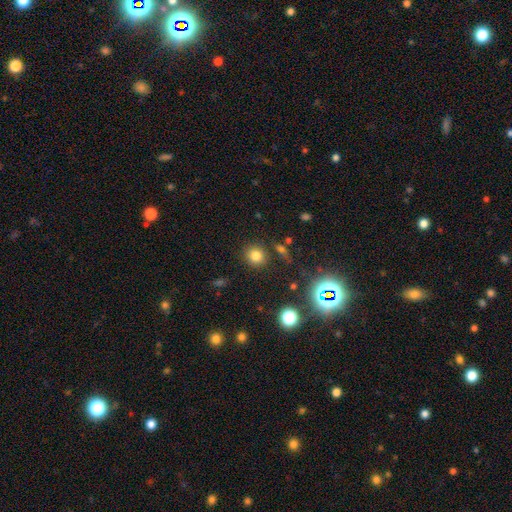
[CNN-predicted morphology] Smooth or featured?
  - smooth: 77% *
  - star or artifact: 16%
  - featured or disk: 7%
How rounded?
  - round: 89% *
  - in between: 10%
  - cigar-shaped: 1%
Merging?
  - none: 86% *
  - minor disturbance: 8%
  - merger: 4%
  - major disturbance: 3%